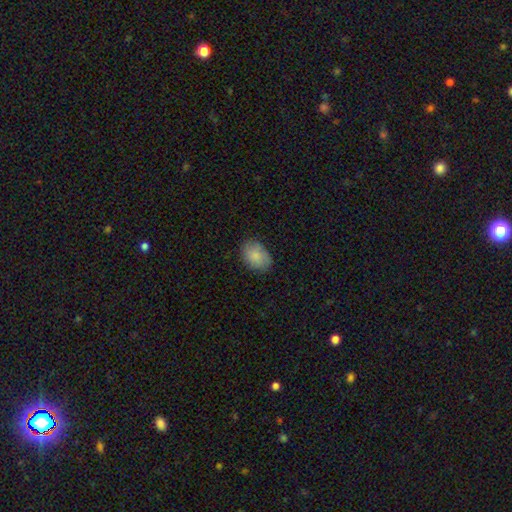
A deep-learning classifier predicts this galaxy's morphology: Smooth or featured?
  - smooth: 84% *
  - featured or disk: 9%
  - star or artifact: 7%
How rounded?
  - in between: 77% *
  - round: 22%
  - cigar-shaped: 1%
Merging?
  - none: 81% *
  - minor disturbance: 15%
  - major disturbance: 3%
  - merger: 1%